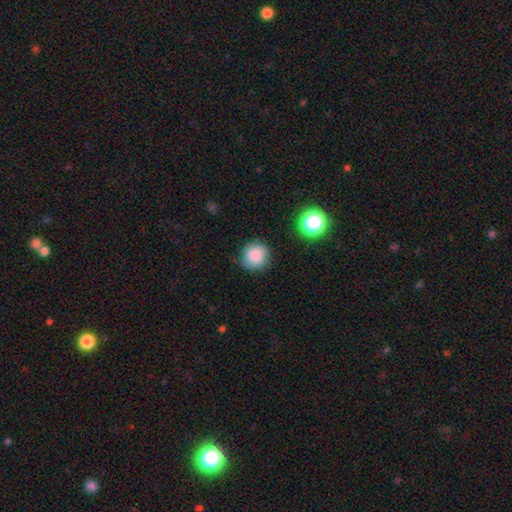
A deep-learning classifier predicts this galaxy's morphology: type=smooth (85%); roundness=round (89%); merging=none (79%).